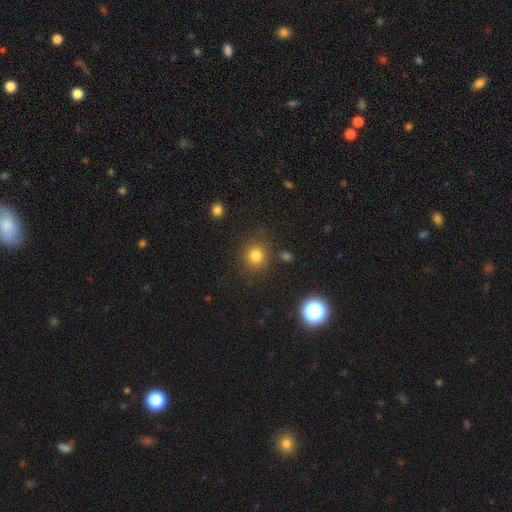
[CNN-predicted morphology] Smooth or featured?
  - smooth: 80% *
  - star or artifact: 14%
  - featured or disk: 6%
How rounded?
  - round: 88% *
  - in between: 11%
  - cigar-shaped: 1%
Merging?
  - none: 84% *
  - minor disturbance: 9%
  - major disturbance: 4%
  - merger: 3%